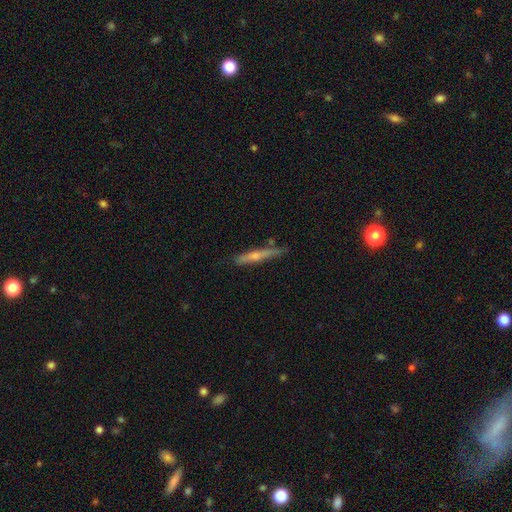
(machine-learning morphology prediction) type=featured or disk (50%); edge-on=yes (93%); merging=none (73%).